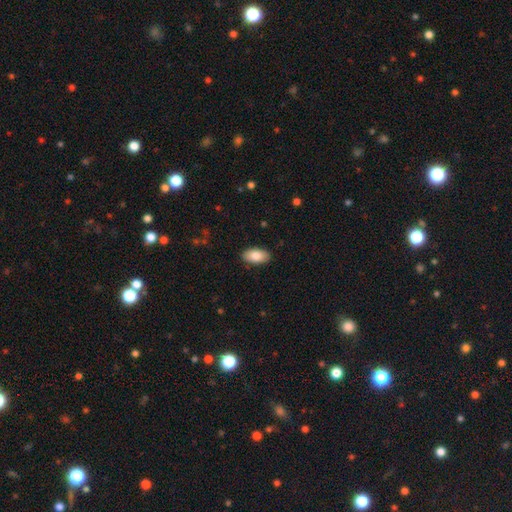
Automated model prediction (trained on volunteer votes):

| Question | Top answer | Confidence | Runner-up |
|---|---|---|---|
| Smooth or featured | smooth | 84% | featured or disk (9%) |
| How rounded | in between | 94% | cigar-shaped (3%) |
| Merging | none | 89% | minor disturbance (8%) |